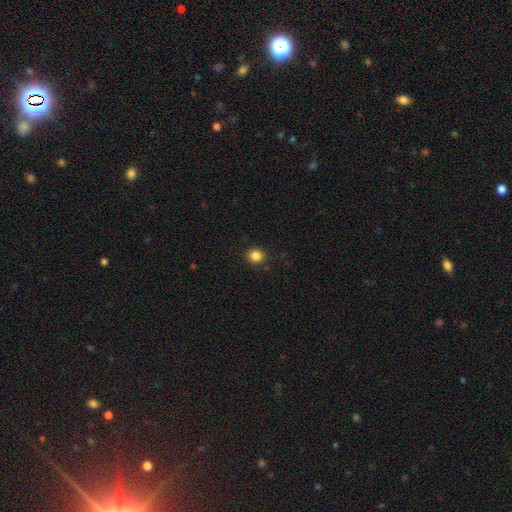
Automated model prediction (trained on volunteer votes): Q: Smooth or featured?
A: smooth (85%); runner-up: star or artifact (11%)
Q: How rounded?
A: round (87%); runner-up: in between (12%)
Q: Merging?
A: none (91%); runner-up: minor disturbance (6%)